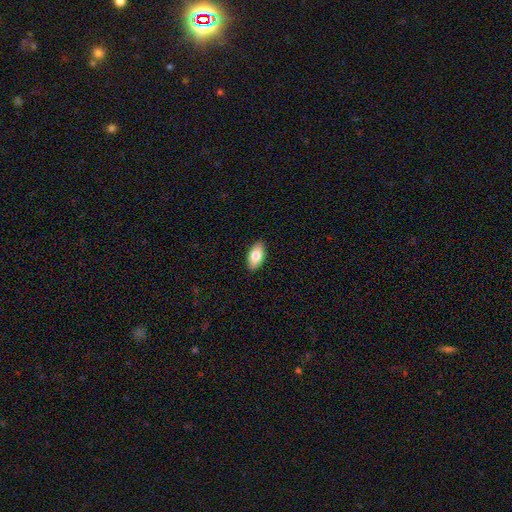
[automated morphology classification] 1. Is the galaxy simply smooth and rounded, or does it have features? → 78% smooth, 15% featured or disk, 7% star or artifact.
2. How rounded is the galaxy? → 92% in between, 4% cigar-shaped, 3% round.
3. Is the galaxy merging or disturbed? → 90% none, 8% minor disturbance, 2% major disturbance, 1% merger.